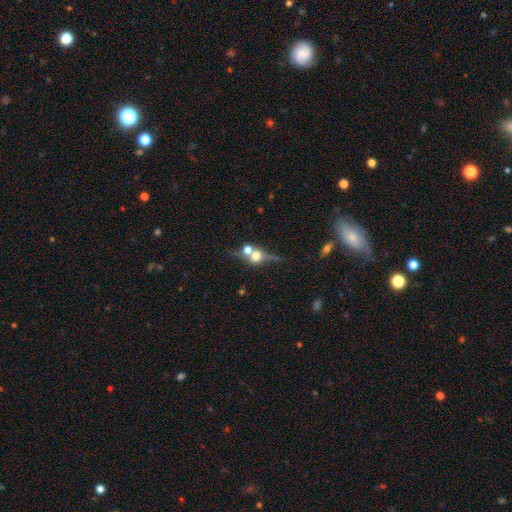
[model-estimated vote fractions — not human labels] A featured or disk galaxy (48%). Merging: none (46%).